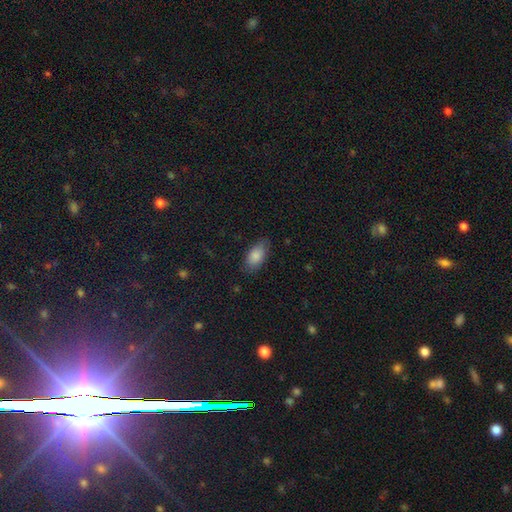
smooth_or_featured: smooth (p=0.84) [alt: featured or disk p=0.11]
how_rounded: in between (p=0.87) [alt: cigar-shaped p=0.13]
merging: none (p=0.69) [alt: minor disturbance p=0.17]